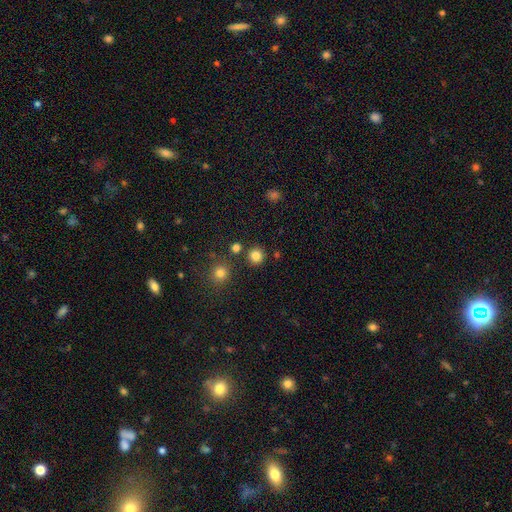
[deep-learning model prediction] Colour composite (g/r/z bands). It shows a smooth galaxy with no disk features (82%) that is round (94%). Merging: none (87%).